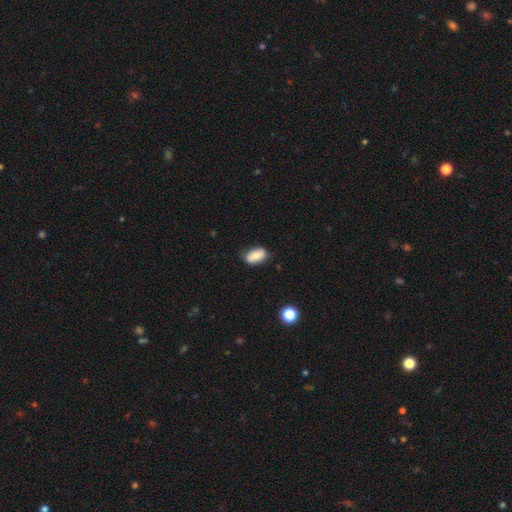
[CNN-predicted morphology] Smooth or featured: smooth — 77% (featured or disk — 14%)
How rounded: in between — 90% (round — 7%)
Merging: none — 73% (minor disturbance — 22%)